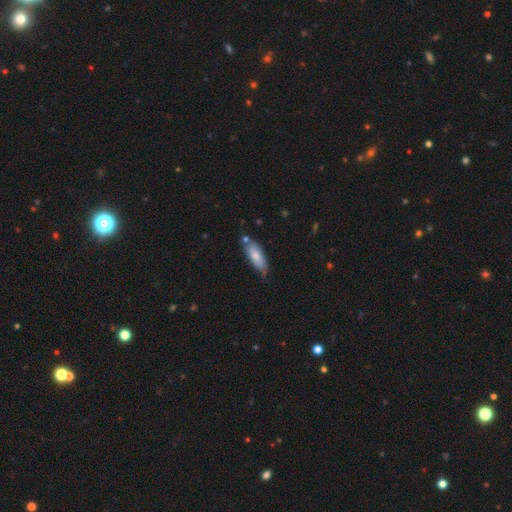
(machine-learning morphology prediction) Smooth or featured?
  - smooth: 76% *
  - featured or disk: 17%
  - star or artifact: 6%
How rounded?
  - in between: 70% *
  - cigar-shaped: 28%
  - round: 2%
Merging?
  - none: 55% *
  - minor disturbance: 31%
  - merger: 8%
  - major disturbance: 6%